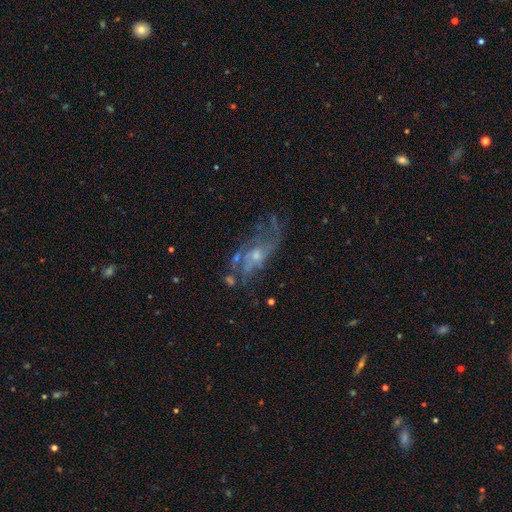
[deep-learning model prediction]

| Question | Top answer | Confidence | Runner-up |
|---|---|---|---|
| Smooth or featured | featured or disk | 70% | smooth (16%) |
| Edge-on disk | no | 89% | yes (11%) |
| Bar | no | 73% | weak (23%) |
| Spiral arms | yes | 71% | no (29%) |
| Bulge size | small | 56% | moderate (36%) |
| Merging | none | 54% | minor disturbance (20%) |